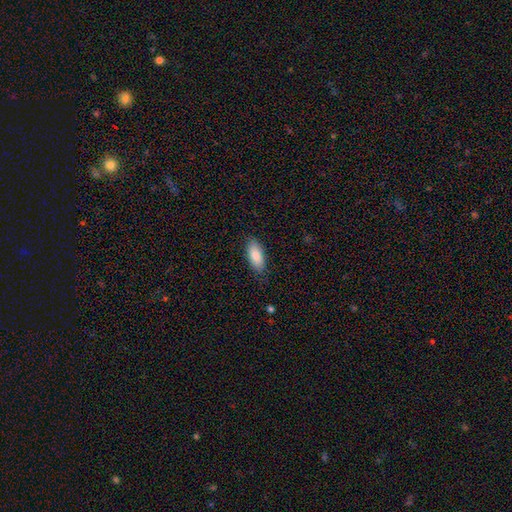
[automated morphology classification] The model was most divided on "how rounded": in between: 84%, cigar-shaped: 14%, round: 2%. More confident: smooth or featured — smooth (86%); merging — none (84%).